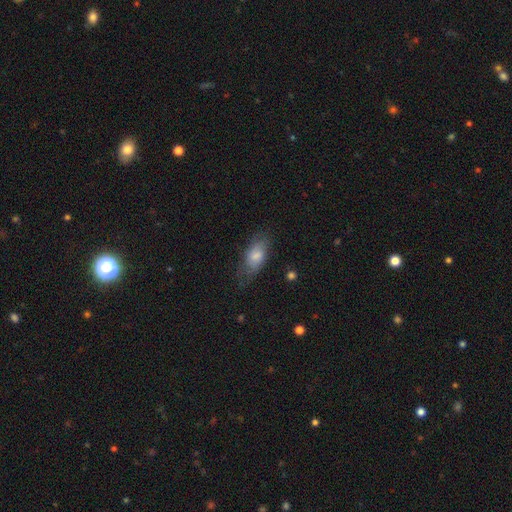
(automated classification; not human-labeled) A smooth galaxy with no disk features (71%) that is in between round and cigar-shaped (85%).

Vote fractions:
- Smooth or featured? smooth: 71% / featured or disk: 22% / star or artifact: 7%
- How rounded? in between: 85% / cigar-shaped: 11% / round: 4%
- Merging? none: 61% / minor disturbance: 26% / major disturbance: 11% / merger: 2%